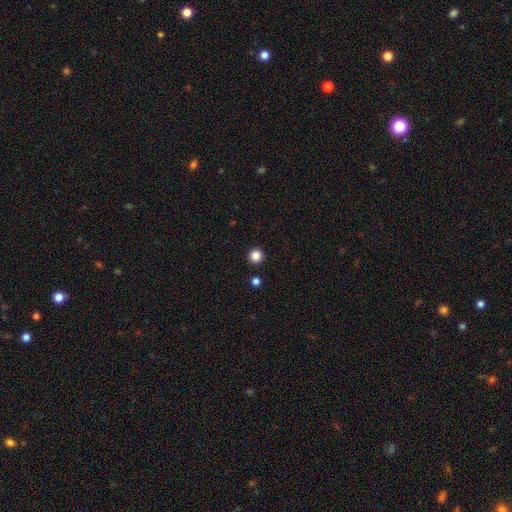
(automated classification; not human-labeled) Overall: smooth (85%). How rounded: round (96%). Merging: none (92%).